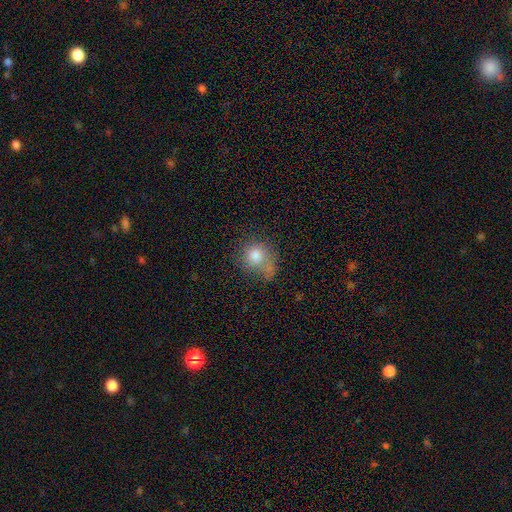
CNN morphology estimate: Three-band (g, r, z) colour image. It shows a smooth galaxy with no disk features (78%) that is round (76%). Merging: none (40%).